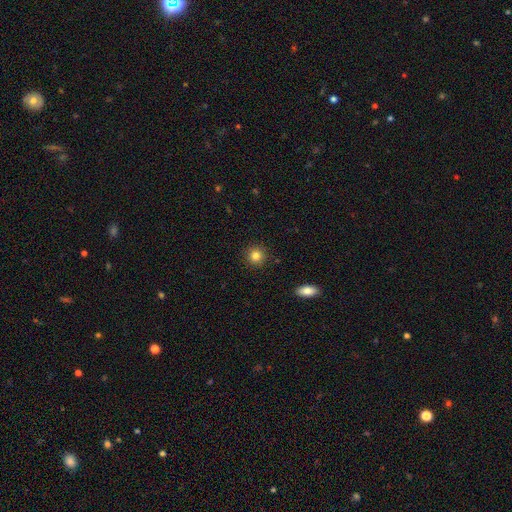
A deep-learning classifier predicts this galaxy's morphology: A smooth galaxy with no disk features (83%) that is round (93%).

Vote fractions:
- Smooth or featured? smooth: 83% / star or artifact: 11% / featured or disk: 6%
- How rounded? round: 93% / in between: 6% / cigar-shaped: 1%
- Merging? none: 92% / minor disturbance: 5% / major disturbance: 2% / merger: 1%